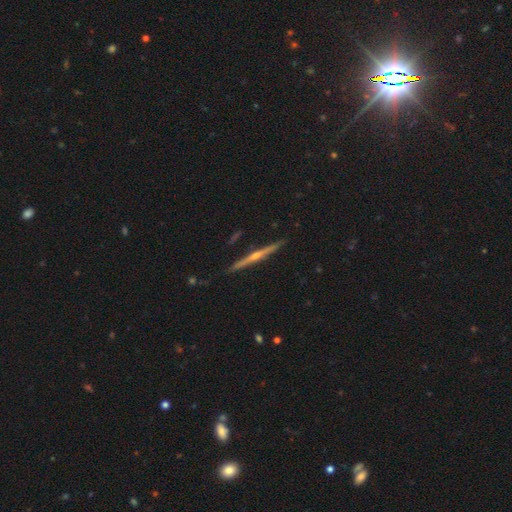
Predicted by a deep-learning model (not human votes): This appears to be a featured or disk galaxy (76%) viewed edge-on (97%) with a rounded central bulge (82%). Merging: none (87%).